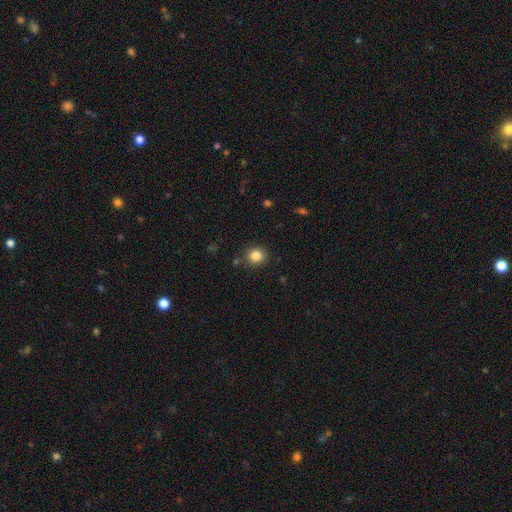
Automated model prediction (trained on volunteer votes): smooth_or_featured: smooth (p=0.84) [alt: star or artifact p=0.11]
how_rounded: round (p=0.88) [alt: in between p=0.11]
merging: none (p=0.88) [alt: minor disturbance p=0.07]